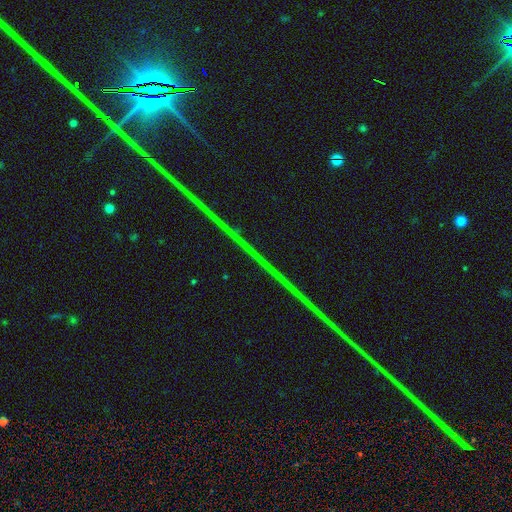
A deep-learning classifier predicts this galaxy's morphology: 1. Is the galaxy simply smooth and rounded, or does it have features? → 88% star or artifact, 7% featured or disk, 4% smooth.